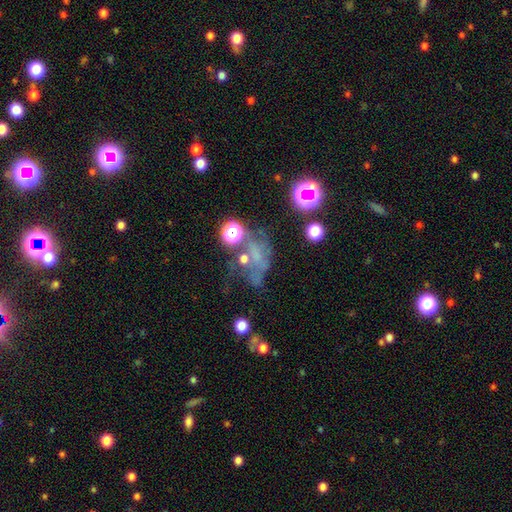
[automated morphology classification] A featured or disk galaxy (39%). Merging: none (36%).